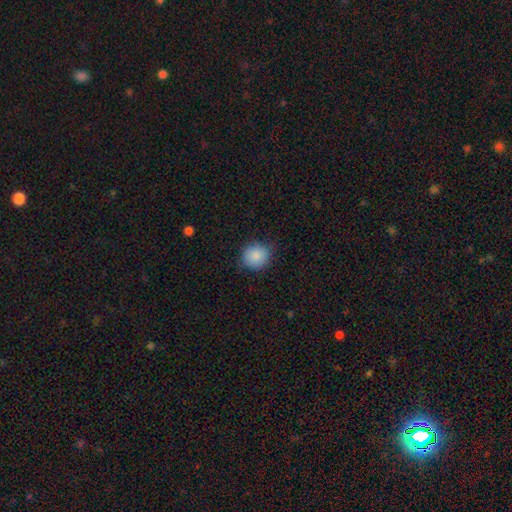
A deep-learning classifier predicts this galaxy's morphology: Overall: smooth (87%). How rounded: round (89%). Merging: none (80%).